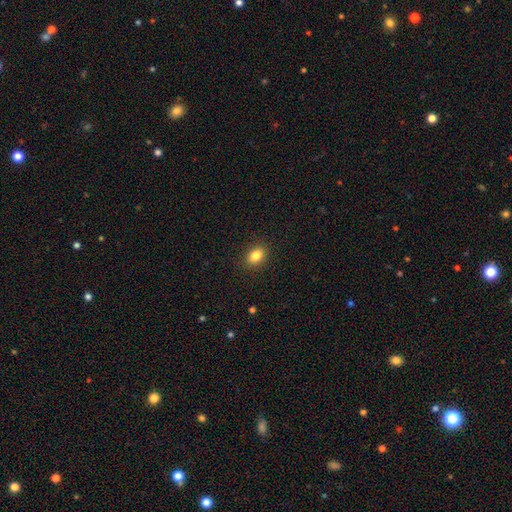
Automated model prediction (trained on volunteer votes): Q: Smooth or featured?
A: smooth (84%); runner-up: star or artifact (10%)
Q: How rounded?
A: in between (72%); runner-up: round (27%)
Q: Merging?
A: none (89%); runner-up: minor disturbance (8%)